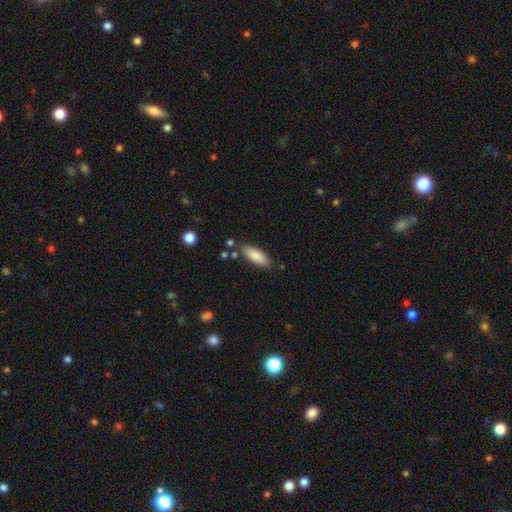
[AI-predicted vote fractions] Q: Smooth or featured?
A: smooth (84%); runner-up: featured or disk (10%)
Q: How rounded?
A: in between (67%); runner-up: cigar-shaped (32%)
Q: Merging?
A: none (80%); runner-up: minor disturbance (13%)